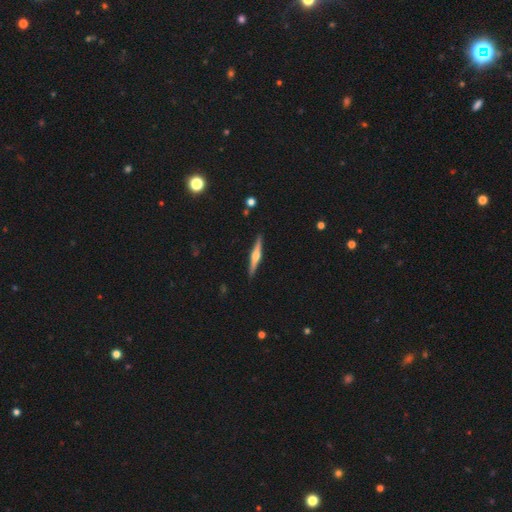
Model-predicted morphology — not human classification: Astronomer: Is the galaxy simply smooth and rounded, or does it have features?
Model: featured or disk — 73%.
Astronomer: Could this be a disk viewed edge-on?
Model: yes — 98%.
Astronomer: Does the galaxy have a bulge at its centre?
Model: rounded — 90%.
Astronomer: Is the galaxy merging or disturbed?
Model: none — 91%.